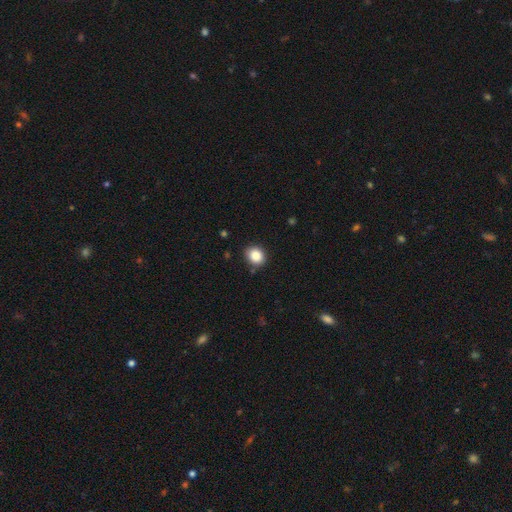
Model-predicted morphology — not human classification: Smooth or featured? Predicted: smooth (p=0.86). How rounded? Predicted: round (p=0.67). Merging? Predicted: none (p=0.85).